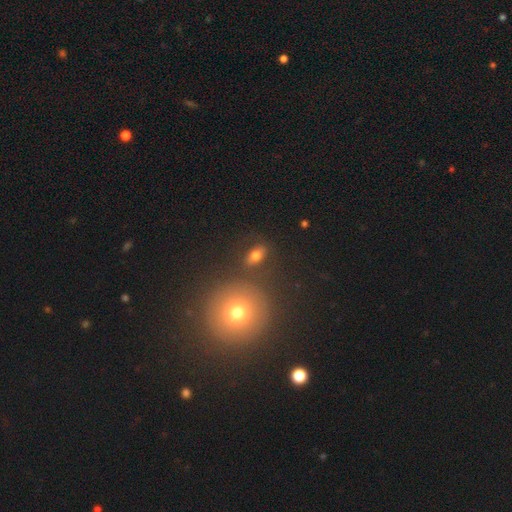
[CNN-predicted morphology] smooth 71%, featured or disk 15%, star or artifact 14%. Down the decision tree: how rounded — in between (78%); merging — none (79%).